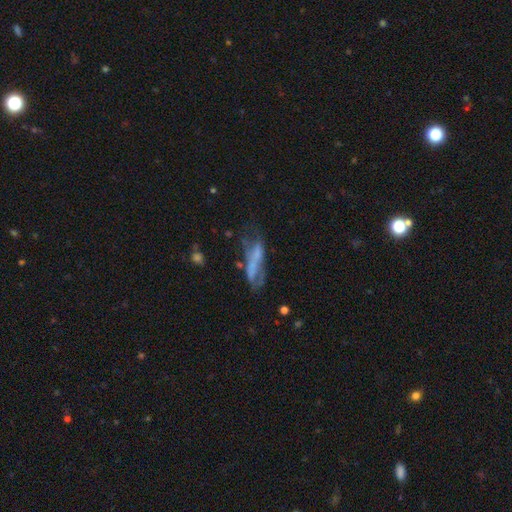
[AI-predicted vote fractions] smooth_or_featured: featured or disk (p=0.49) [alt: smooth p=0.37]
merging: none (p=0.35) [alt: major disturbance p=0.31]